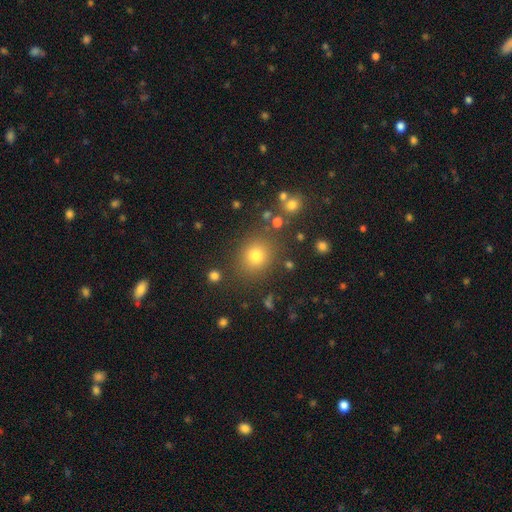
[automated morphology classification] Smooth or featured: smooth — 74% (star or artifact — 18%)
How rounded: round — 80% (in between — 19%)
Merging: none — 84% (minor disturbance — 9%)